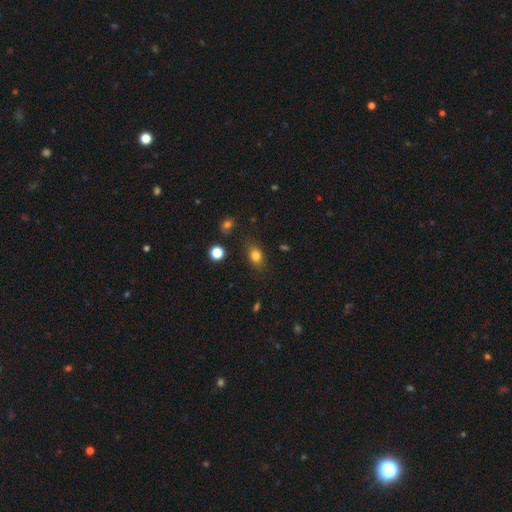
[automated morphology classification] Q: Smooth or featured?
A: smooth (80%); runner-up: star or artifact (11%)
Q: How rounded?
A: in between (73%); runner-up: round (25%)
Q: Merging?
A: none (82%); runner-up: minor disturbance (13%)